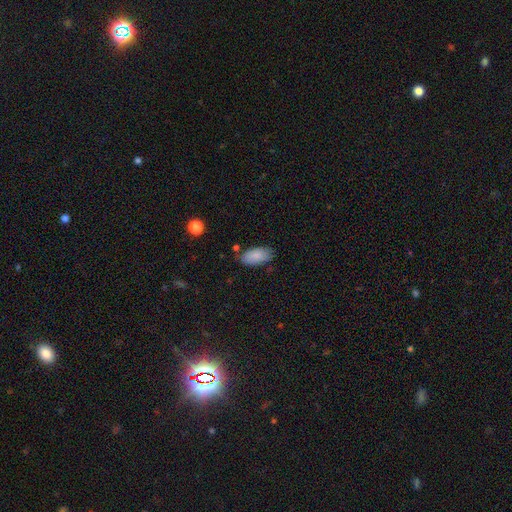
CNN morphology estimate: smooth_or_featured: smooth (p=0.86) [alt: featured or disk p=0.07]
how_rounded: in between (p=0.92) [alt: cigar-shaped p=0.05]
merging: none (p=0.77) [alt: minor disturbance p=0.16]